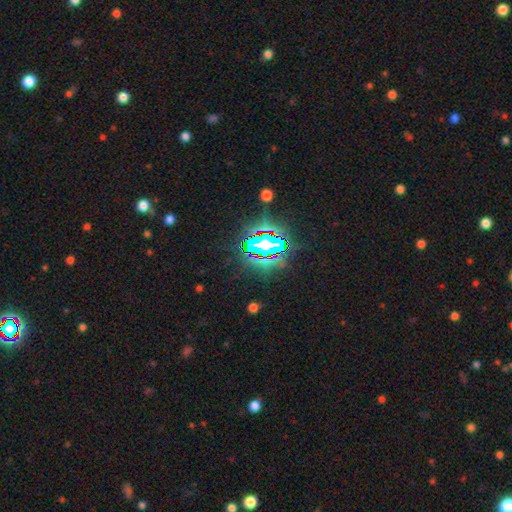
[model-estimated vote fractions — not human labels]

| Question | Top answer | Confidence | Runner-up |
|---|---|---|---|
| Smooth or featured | star or artifact | 75% | smooth (13%) |